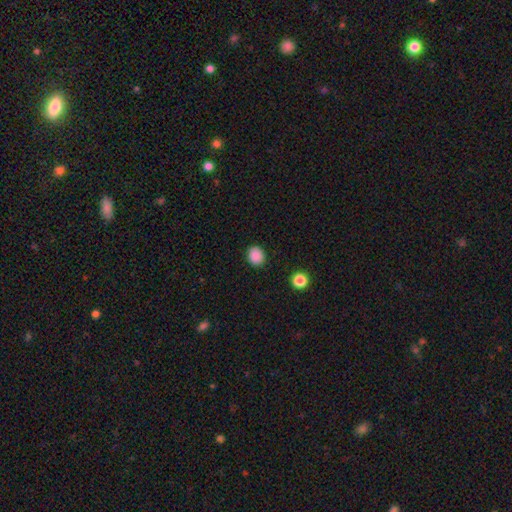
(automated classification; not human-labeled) This appears to be a smooth galaxy with no disk features (88%) that is round (65%). Merging: none (90%).